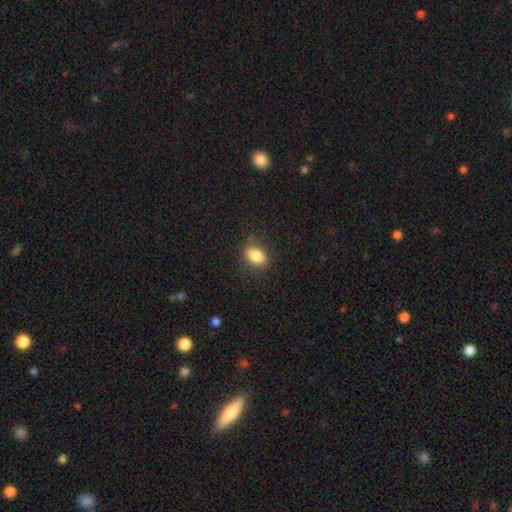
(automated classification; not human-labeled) The model was most divided on "how rounded": in between: 80%, round: 18%, cigar-shaped: 2%. More confident: smooth or featured — smooth (85%); merging — none (84%).